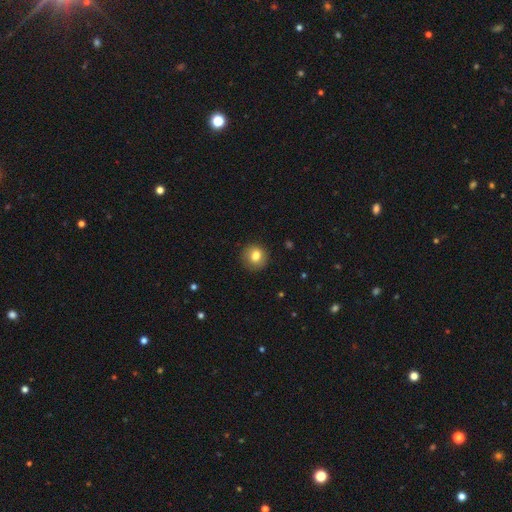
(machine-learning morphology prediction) This appears to be a smooth galaxy with no disk features (81%) that is round (88%). Merging: none (89%).